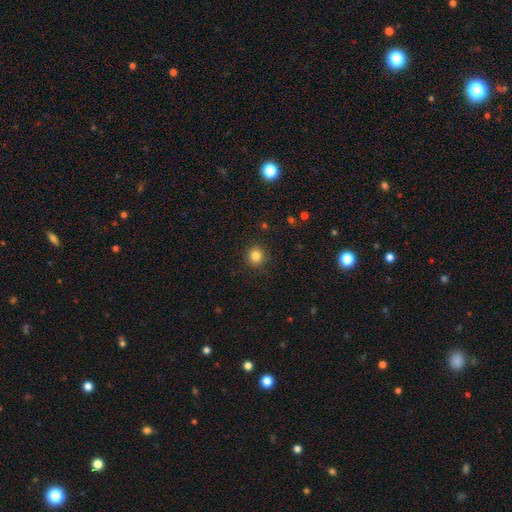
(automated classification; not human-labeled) Smooth or featured? smooth (82%)
How rounded? round (92%)
Merging? none (91%)